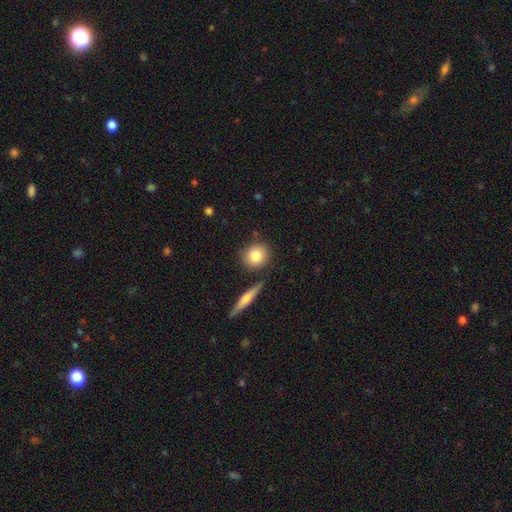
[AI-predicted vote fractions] A smooth galaxy with no disk features (81%) that is round (82%).

Vote fractions:
- Smooth or featured? smooth: 81% / featured or disk: 12% / star or artifact: 8%
- How rounded? round: 82% / in between: 15% / cigar-shaped: 2%
- Merging? none: 80% / minor disturbance: 10% / merger: 7% / major disturbance: 3%